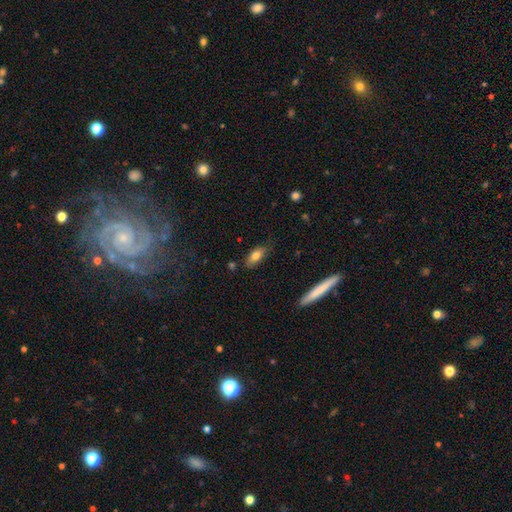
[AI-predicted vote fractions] Smooth or featured? smooth (76%)
How rounded? in between (81%)
Merging? none (71%)